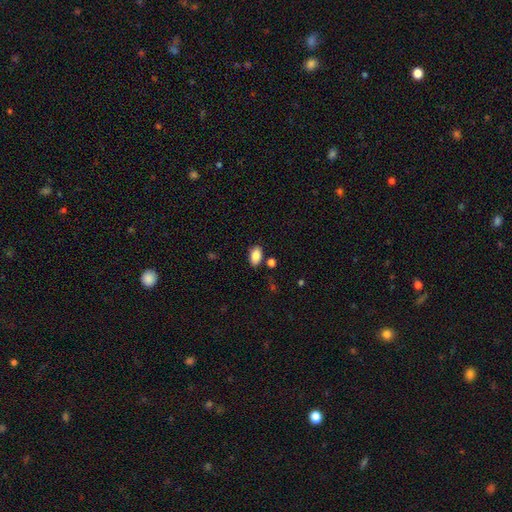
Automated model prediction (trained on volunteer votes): A smooth galaxy with no disk features (86%) that is in between round and cigar-shaped (91%). Merging: none (80%).